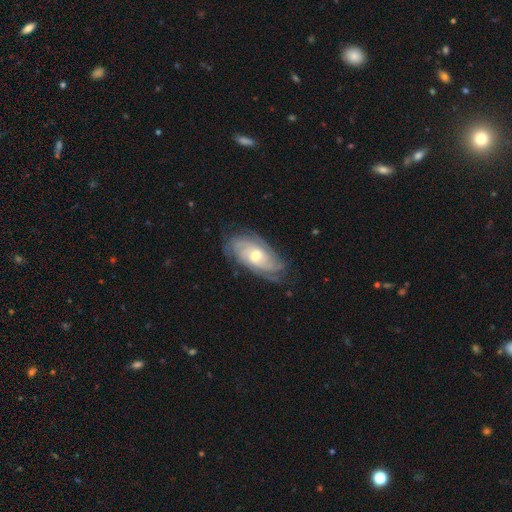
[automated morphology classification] featured or disk 86%, smooth 9%, star or artifact 5%. Down the decision tree: edge-on disk — no (94%); bar — no (63%); spiral arms — yes (97%); spiral arm count — can't tell (28%); spiral winding — tight (72%); bulge size — moderate (63%); merging — none (76%).